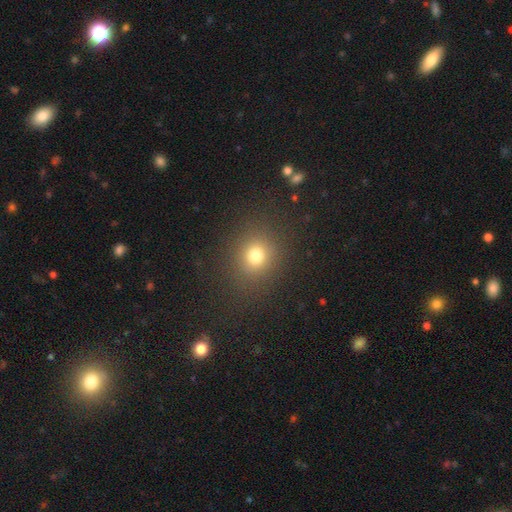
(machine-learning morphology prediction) Q: Smooth or featured?
A: smooth (75%); runner-up: star or artifact (18%)
Q: How rounded?
A: round (78%); runner-up: in between (20%)
Q: Merging?
A: none (86%); runner-up: minor disturbance (8%)